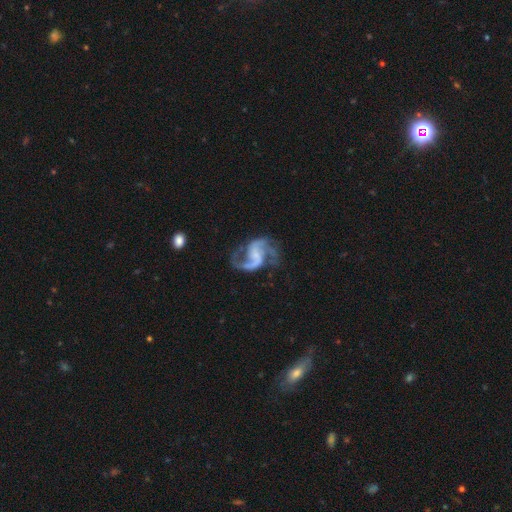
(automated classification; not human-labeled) This is clearly a featured or disk galaxy (90%). It is clearly not viewed edge-on (98%). Bar: marginally weak (43%). Spiral arm pattern: clearly yes (97%). Spiral arm count: clearly 2 (84%). Spiral winding: possibly loose (46%). Central bulge: marginally none (42%). Merging: likely none (62%).